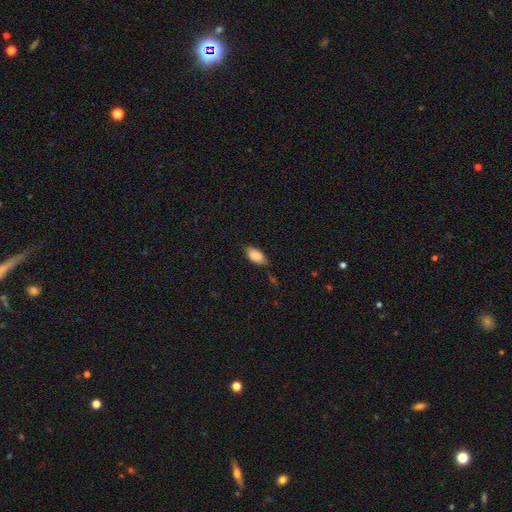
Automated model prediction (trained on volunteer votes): Smooth or featured? smooth (83%)
How rounded? in between (92%)
Merging? none (72%)